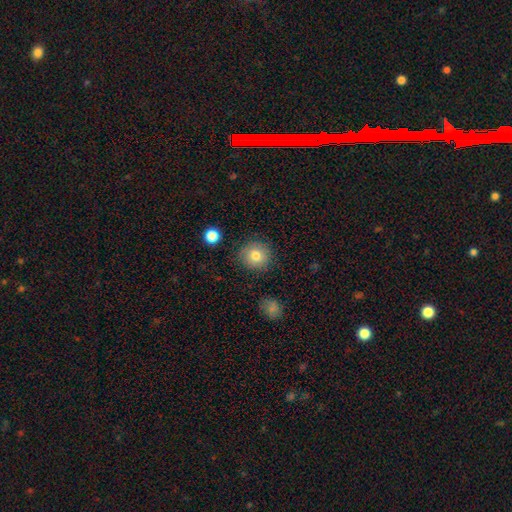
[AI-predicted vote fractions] smooth-or-featured: smooth: 80% | star or artifact: 10% | featured or disk: 10%
  how-rounded: round: 91% | in between: 8% | cigar-shaped: 1%
  merging: none: 87% | minor disturbance: 8% | major disturbance: 3% | merger: 2%